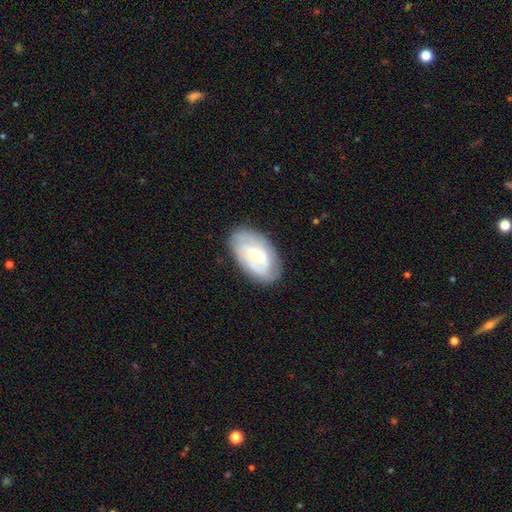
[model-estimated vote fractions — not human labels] Smooth or featured: featured or disk — 62% (smooth — 32%)
Edge-on disk: no — 94% (yes — 6%)
Bar: weak — 44% (no — 39%)
Spiral arms: yes — 71% (no — 29%)
Bulge size: moderate — 47% (tied with small — 47%)
Merging: none — 79% (minor disturbance — 16%)